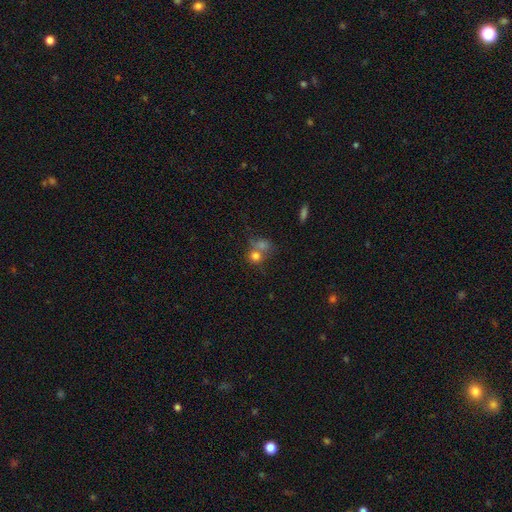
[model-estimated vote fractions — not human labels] smooth_or_featured: smooth (p=0.75) [alt: star or artifact p=0.13]
how_rounded: round (p=0.77) [alt: in between p=0.22]
merging: merger (p=0.48) [alt: none p=0.37]